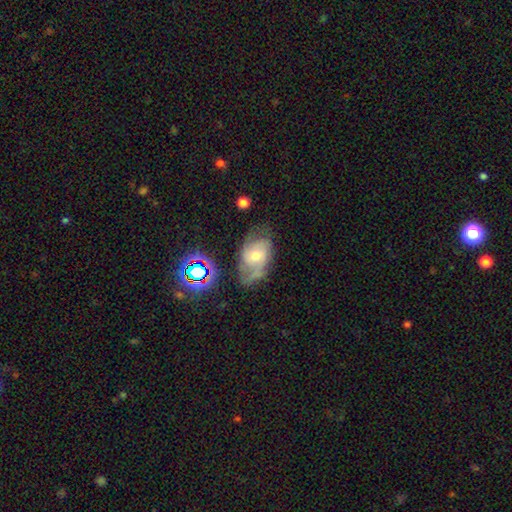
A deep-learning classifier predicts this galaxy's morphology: smooth-or-featured: featured or disk: 63% | smooth: 25% | star or artifact: 12%
  disk-edge-on: no: 95% | yes: 5%
    bar: no: 63% | weak: 31% | strong: 6%
    has-spiral-arms: yes: 85% | no: 15%
      spiral-winding: medium: 45% | tight: 30% | loose: 25%
      spiral-arm-count: 2: 49% | can't tell: 25% | 3: 11% | 1: 10% | 4: 3% | more than 4: 2%
    bulge-size: moderate: 58% | small: 35% | large: 4% | none: 2% | dominant: 1%
  merging: none: 45% | minor disturbance: 30% | major disturbance: 19% | merger: 6%